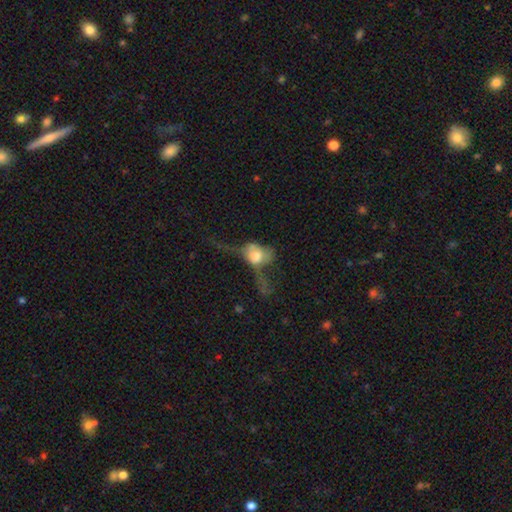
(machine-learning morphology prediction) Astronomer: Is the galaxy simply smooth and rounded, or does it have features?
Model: smooth — 52% (runner-up: featured or disk, 39%).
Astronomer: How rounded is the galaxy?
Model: in between — 57% (runner-up: round, 39%).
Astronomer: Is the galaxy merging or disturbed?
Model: major disturbance — 56%.